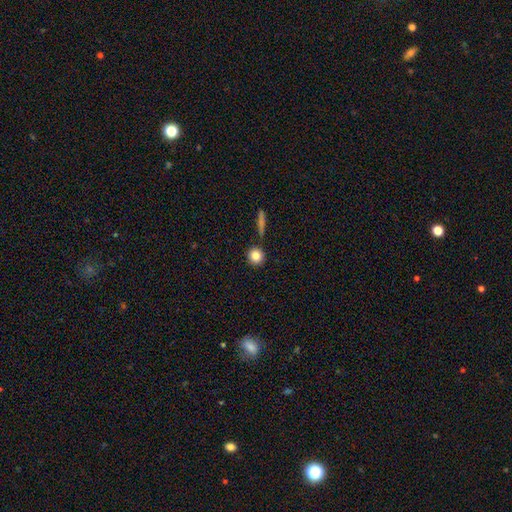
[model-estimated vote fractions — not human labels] This appears to be a smooth galaxy with no disk features (85%) that is round (91%). Merging: none (85%).